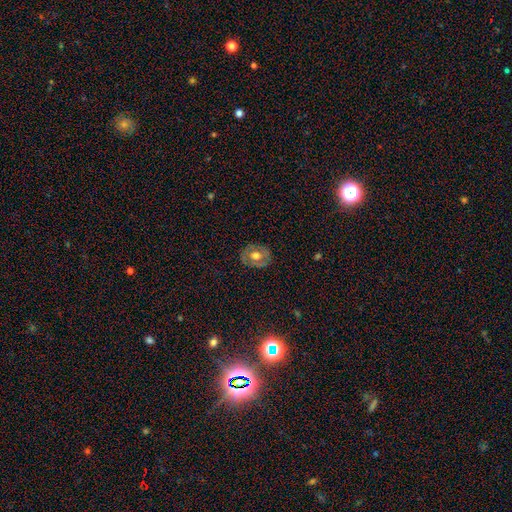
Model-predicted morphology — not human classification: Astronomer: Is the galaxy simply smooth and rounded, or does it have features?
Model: featured or disk — 48% (runner-up: smooth, 45%).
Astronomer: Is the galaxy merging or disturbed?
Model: none — 80%.